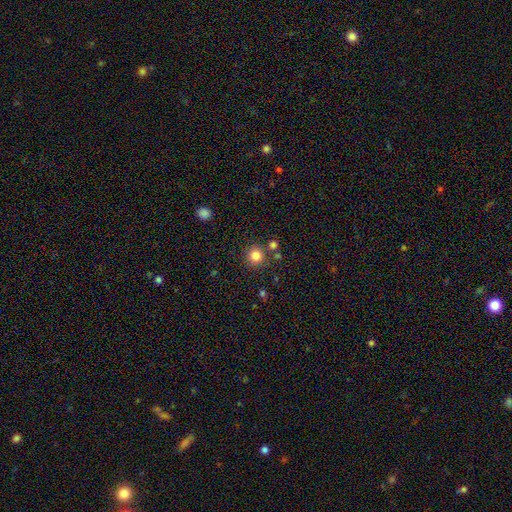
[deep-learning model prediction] smooth 83%, star or artifact 12%, featured or disk 6%. Down the decision tree: how rounded — round (93%); merging — none (80%).